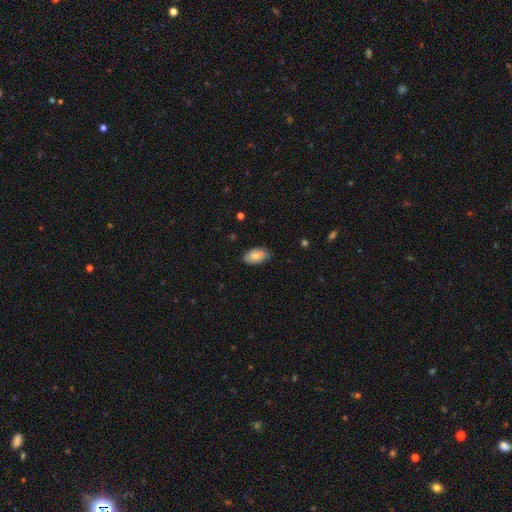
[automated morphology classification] type=smooth (76%); roundness=in between (94%); merging=none (77%).